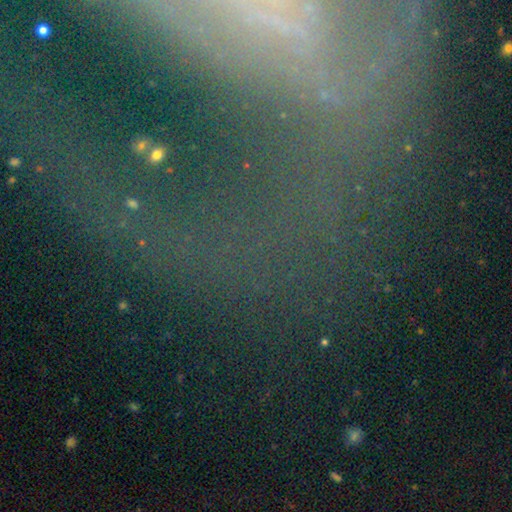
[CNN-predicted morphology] Smooth or featured? star or artifact (43%)